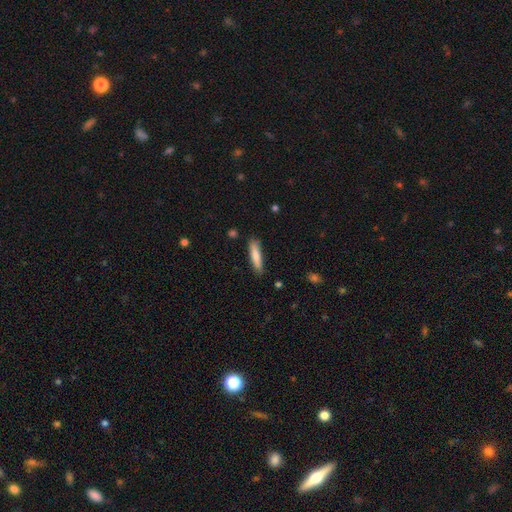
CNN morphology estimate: This is clearly a smooth galaxy (80%). How rounded: clearly cigar-shaped (83%). Merging: clearly none (85%).